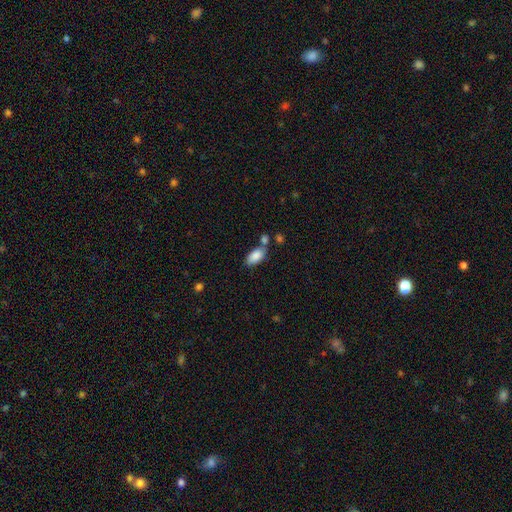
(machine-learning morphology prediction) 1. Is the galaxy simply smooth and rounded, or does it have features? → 86% smooth, 7% star or artifact, 7% featured or disk.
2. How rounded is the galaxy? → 93% in between, 4% cigar-shaped, 3% round.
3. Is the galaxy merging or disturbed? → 62% none, 20% merger, 14% minor disturbance, 4% major disturbance.